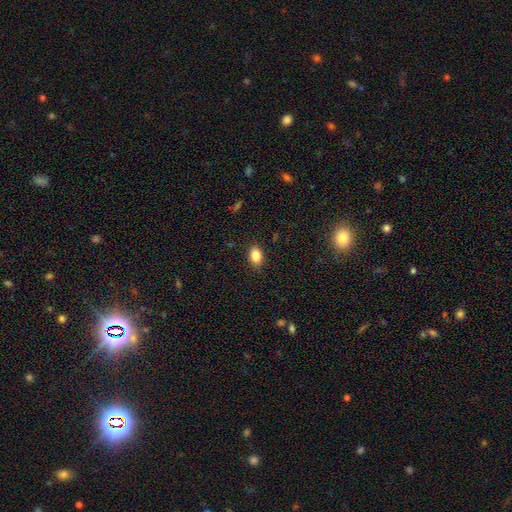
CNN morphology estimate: Smooth or featured: smooth — 85% (star or artifact — 9%)
How rounded: in between — 85% (round — 14%)
Merging: none — 87% (minor disturbance — 10%)